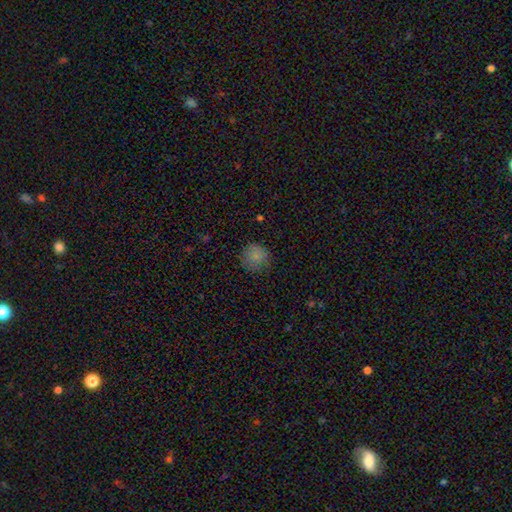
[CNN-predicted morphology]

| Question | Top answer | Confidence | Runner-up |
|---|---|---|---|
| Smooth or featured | smooth | 80% | star or artifact (12%) |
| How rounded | round | 91% | in between (8%) |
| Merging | none | 78% | minor disturbance (17%) |